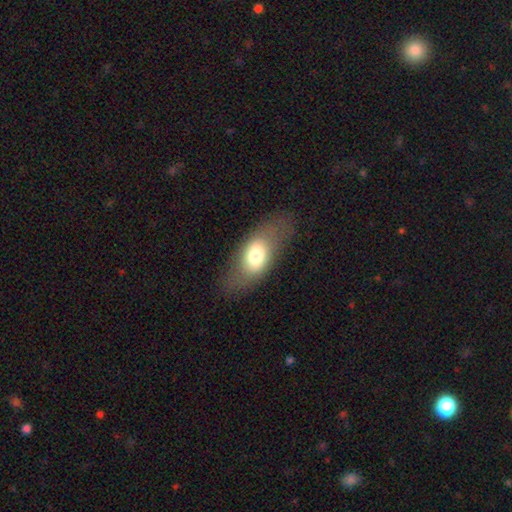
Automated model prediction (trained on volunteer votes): Smooth or featured? smooth (66%)
How rounded? in between (84%)
Merging? none (75%)